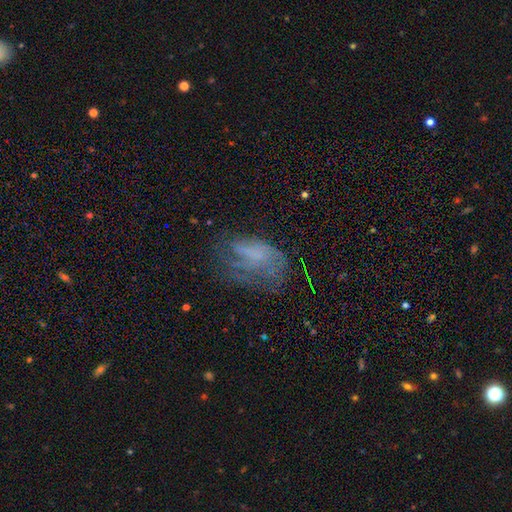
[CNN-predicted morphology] This is possibly a featured or disk galaxy (48%). Merging: marginally none (40%).